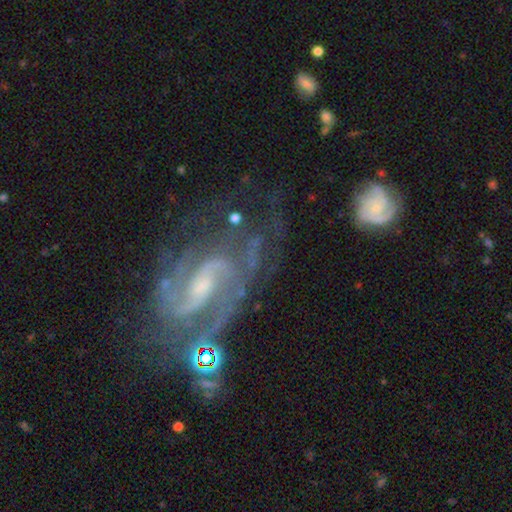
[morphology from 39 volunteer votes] Overall: featured or disk (90%). Edge-on disk: no (100%). Bar: weak (54%; strong 23%). Spiral arms: yes (100%). Spiral arm count: 2 (60%; 3 20%). Spiral winding: medium (51%; tight 31%). Bulge size: small (66%). Merging: none (63%).